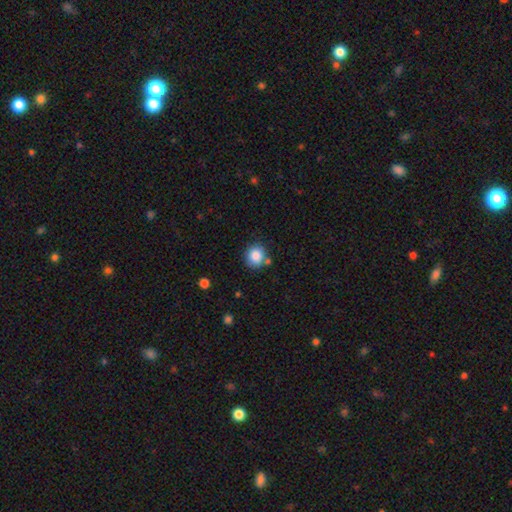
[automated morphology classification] Smooth or featured? smooth (85%)
How rounded? round (80%)
Merging? none (75%)